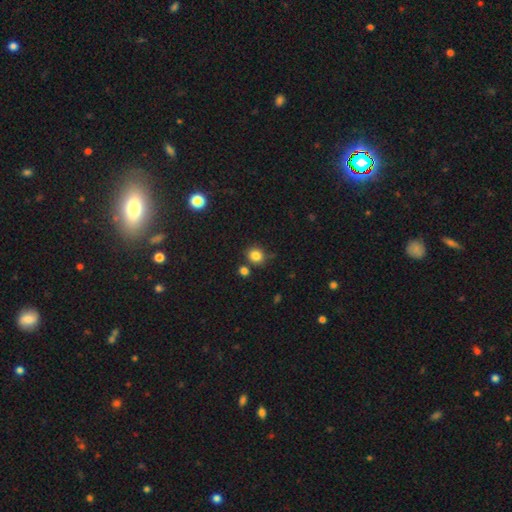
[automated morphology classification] Smooth or featured: smooth — 83% (star or artifact — 12%)
How rounded: round — 76% (in between — 23%)
Merging: none — 74% (minor disturbance — 12%)